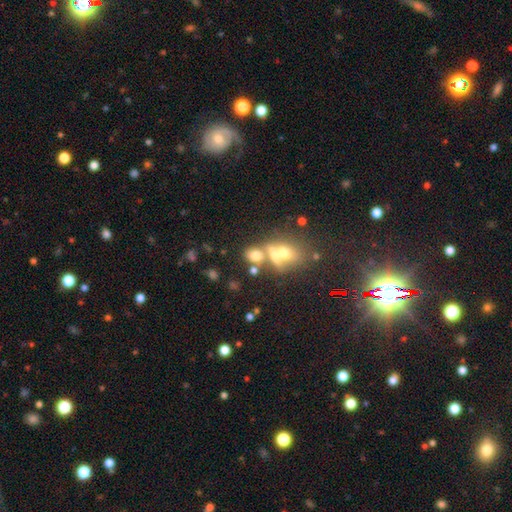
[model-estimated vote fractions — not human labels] smooth_or_featured: smooth (p=0.67) [alt: featured or disk p=0.17]
how_rounded: in between (p=0.51) [alt: round p=0.46]
merging: merger (p=0.49) [alt: none p=0.35]